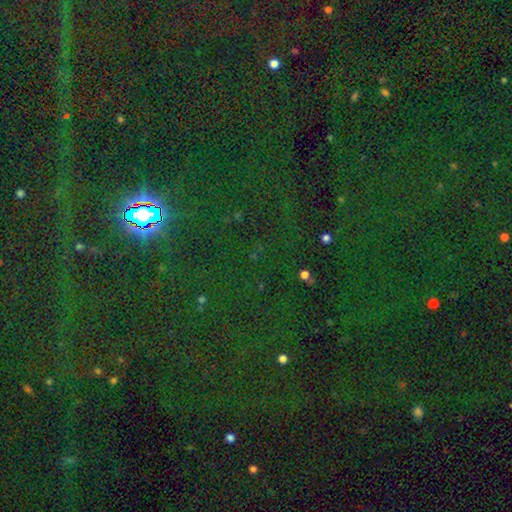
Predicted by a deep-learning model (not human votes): smooth-or-featured: star or artifact: 85% | smooth: 8% | featured or disk: 6%